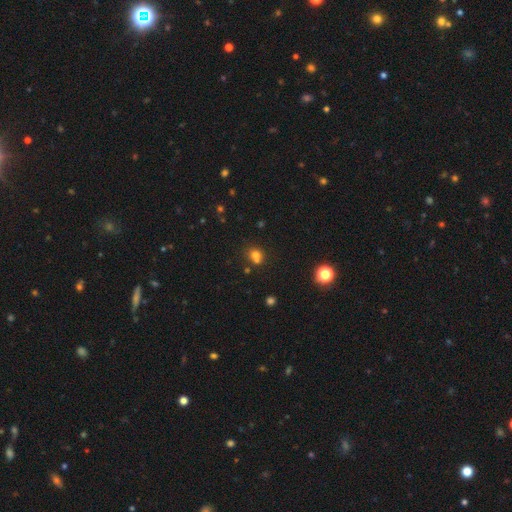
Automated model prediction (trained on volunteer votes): smooth_or_featured: smooth (p=0.73) [alt: star or artifact p=0.18]
how_rounded: round (p=0.72) [alt: in between p=0.27]
merging: none (p=0.51) [alt: merger p=0.33]